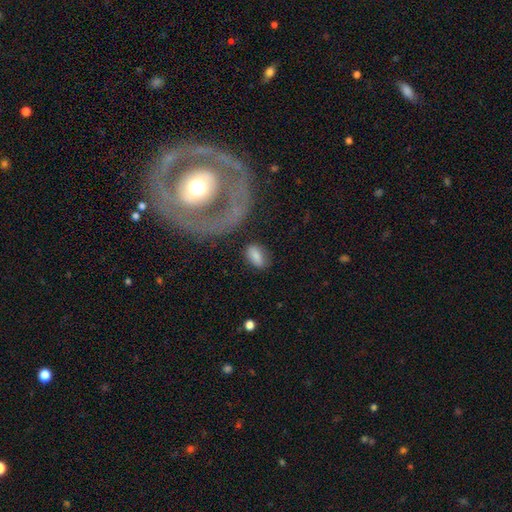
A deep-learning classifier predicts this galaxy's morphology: smooth 80%, featured or disk 13%, star or artifact 7%. Down the decision tree: how rounded — in between (90%); merging — none (74%).